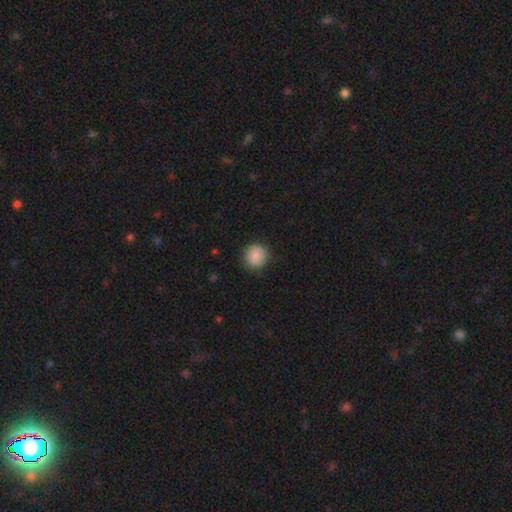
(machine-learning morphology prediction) Smooth or featured? Predicted: smooth (p=0.85). How rounded? Predicted: round (p=0.90). Merging? Predicted: none (p=0.87).